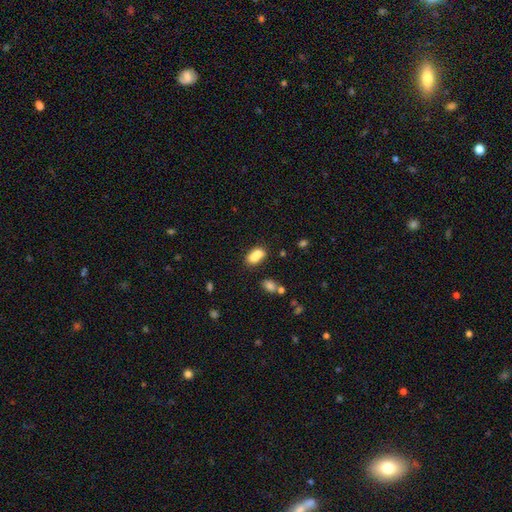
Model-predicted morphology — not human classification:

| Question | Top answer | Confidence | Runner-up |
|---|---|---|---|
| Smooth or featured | smooth | 74% | featured or disk (16%) |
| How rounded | in between | 70% | round (27%) |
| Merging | merger | 59% | none (27%) |